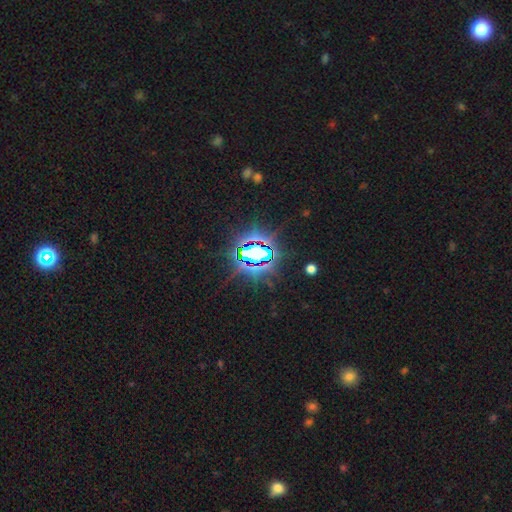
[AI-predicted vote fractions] A star or artifact, not a galaxy (82%).

Vote fractions:
- Smooth or featured? star or artifact: 82% / smooth: 11% / featured or disk: 7%